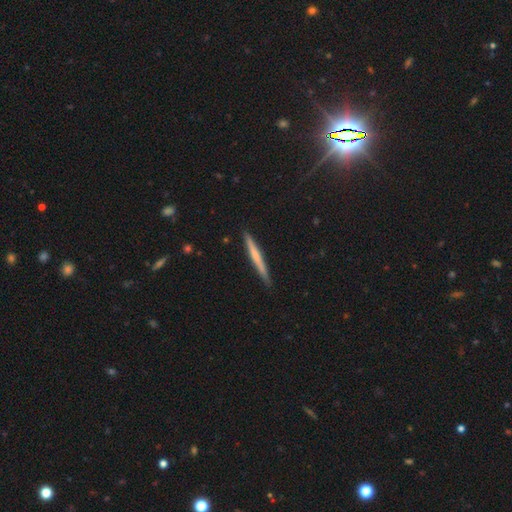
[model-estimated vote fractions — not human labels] This appears to be a smooth galaxy with no disk features (52%) that is cigar-shaped (97%). Merging: none (88%).